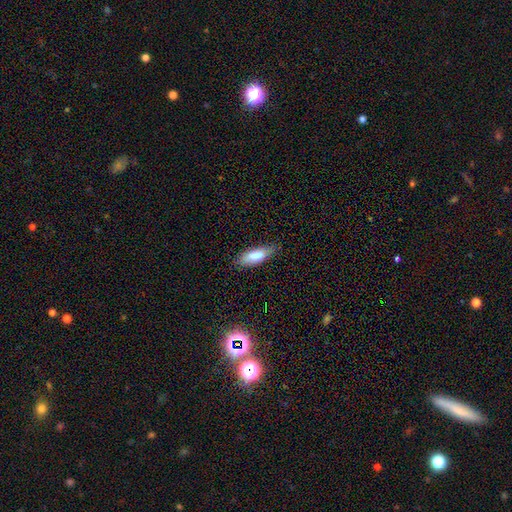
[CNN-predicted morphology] Smooth or featured: smooth — 79% (featured or disk — 15%)
How rounded: in between — 62% (cigar-shaped — 36%)
Merging: none — 77% (minor disturbance — 19%)